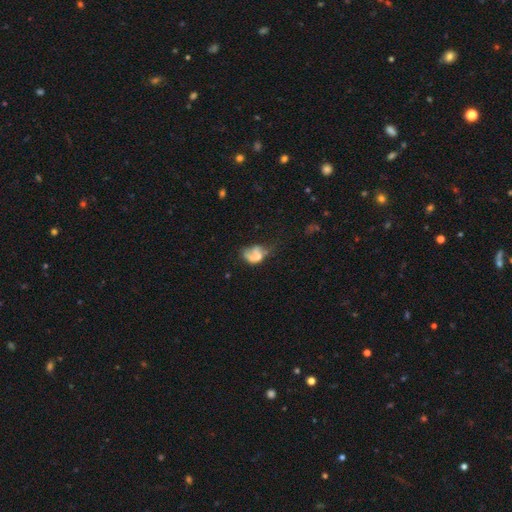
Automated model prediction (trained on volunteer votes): Smooth or featured? Predicted: smooth (p=0.49). Merging? Predicted: major disturbance (p=0.38).